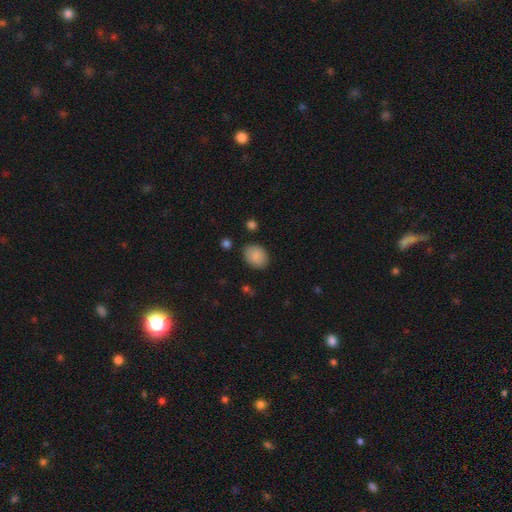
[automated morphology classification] Q: Smooth or featured?
A: smooth (88%); runner-up: star or artifact (7%)
Q: How rounded?
A: in between (68%); runner-up: round (31%)
Q: Merging?
A: none (83%); runner-up: minor disturbance (12%)